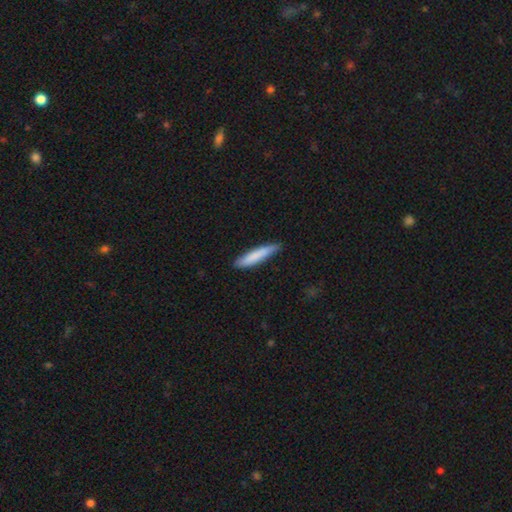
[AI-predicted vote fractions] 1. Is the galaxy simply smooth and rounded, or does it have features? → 82% smooth, 13% featured or disk, 5% star or artifact.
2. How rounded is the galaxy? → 88% cigar-shaped, 11% in between, 1% round.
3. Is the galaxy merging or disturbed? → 80% none, 17% minor disturbance, 2% major disturbance, 1% merger.